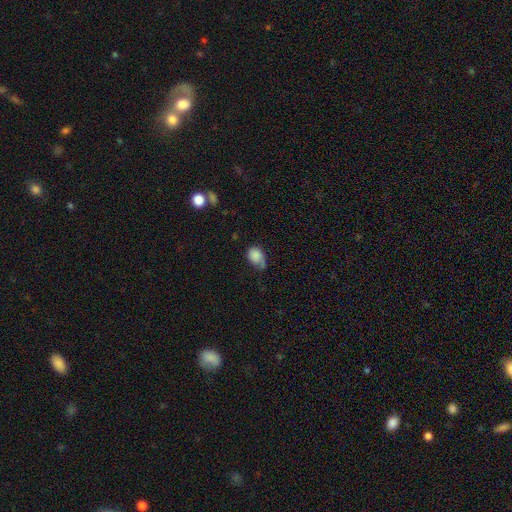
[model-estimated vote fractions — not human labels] A smooth galaxy with no disk features (82%) that is in between round and cigar-shaped (59%). Merging: minor disturbance (41%).